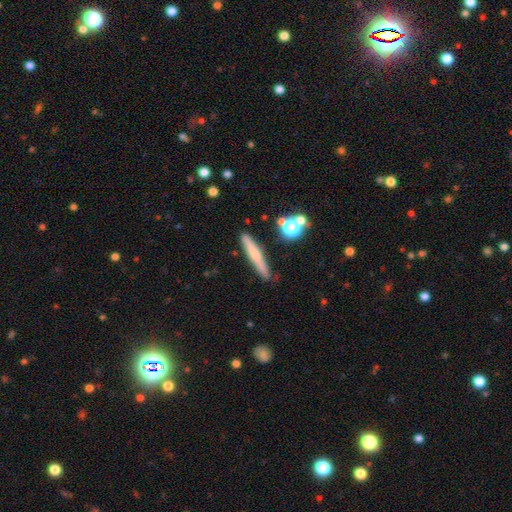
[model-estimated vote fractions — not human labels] smooth-or-featured: smooth: 57% | featured or disk: 34% | star or artifact: 9%
  how-rounded: cigar-shaped: 93% | in between: 5% | round: 2%
  merging: none: 85% | minor disturbance: 10% | merger: 3% | major disturbance: 2%